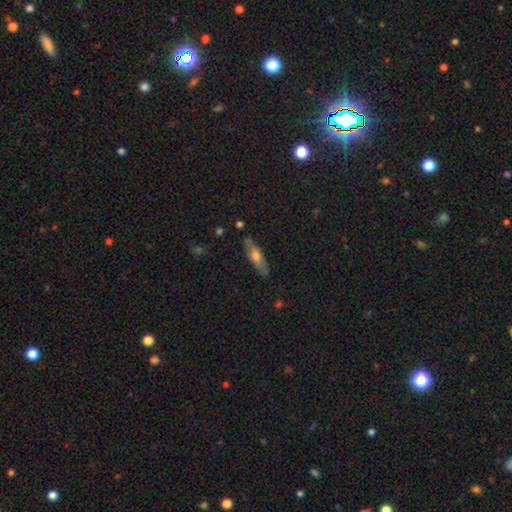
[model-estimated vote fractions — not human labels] Smooth or featured: smooth — 50% (featured or disk — 44%)
Merging: none — 81% (minor disturbance — 14%)